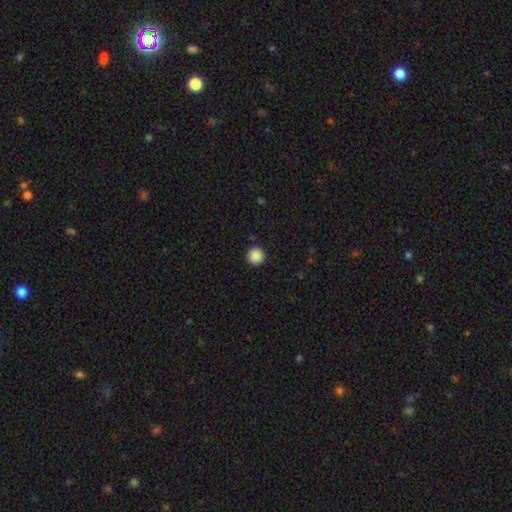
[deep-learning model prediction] Morphology: type=smooth (88%); roundness=round (96%); merging=none (92%).